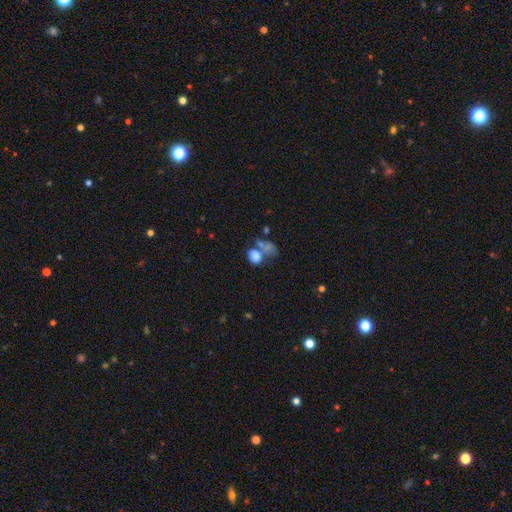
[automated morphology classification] smooth-or-featured: smooth: 76% | featured or disk: 13% | star or artifact: 11%
  how-rounded: in between: 61% | round: 38% | cigar-shaped: 1%
  merging: merger: 51% | none: 26% | major disturbance: 12% | minor disturbance: 11%